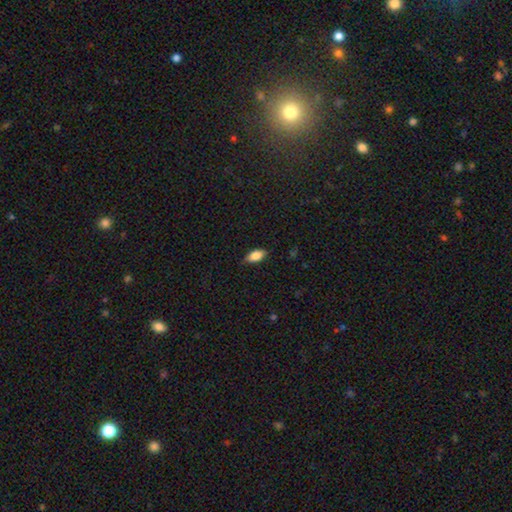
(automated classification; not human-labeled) smooth 83%, featured or disk 9%, star or artifact 7%. Down the decision tree: how rounded — in between (89%); merging — none (81%).